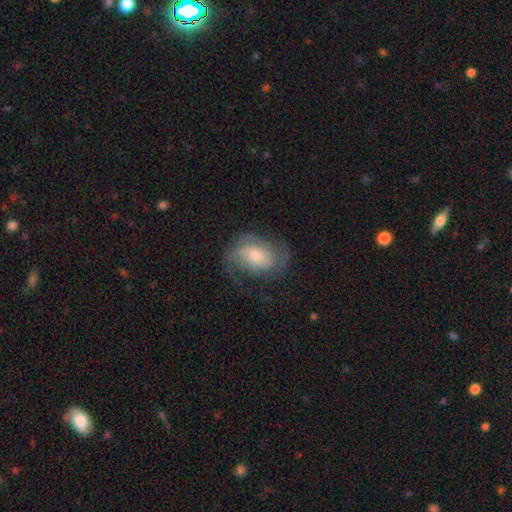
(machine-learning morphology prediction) This appears to be a featured or disk galaxy (70%) with no bar (64%), 2 (59%) medium (44%) spiral arms (90%) and a moderate central bulge (48%). Merging: none (64%).